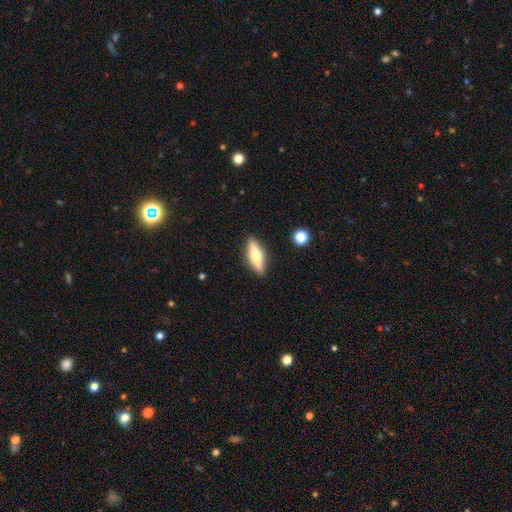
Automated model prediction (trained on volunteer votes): Overall: featured or disk (50%; smooth 43%). Edge-on disk: yes (93%). Merging: none (89%).